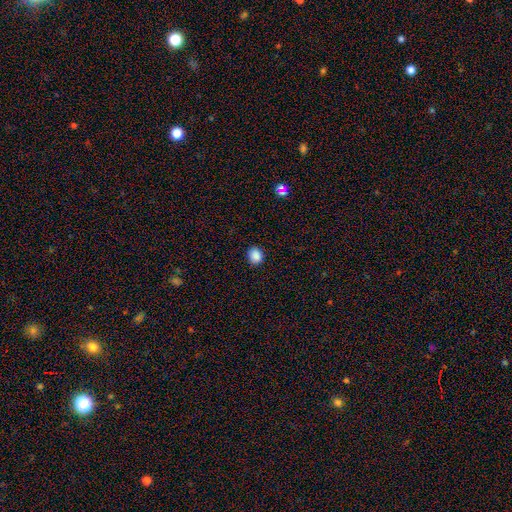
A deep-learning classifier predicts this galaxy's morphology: Smooth or featured? Predicted: smooth (p=0.88). How rounded? Predicted: round (p=0.60). Merging? Predicted: none (p=0.89).